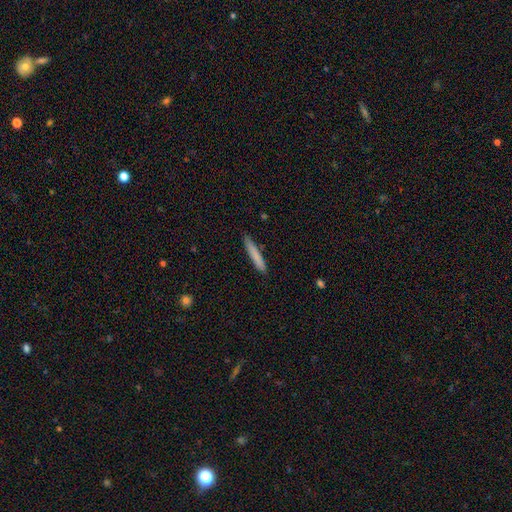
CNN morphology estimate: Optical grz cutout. It shows a smooth galaxy with no disk features (79%) that is cigar-shaped (95%). Merging: none (87%).